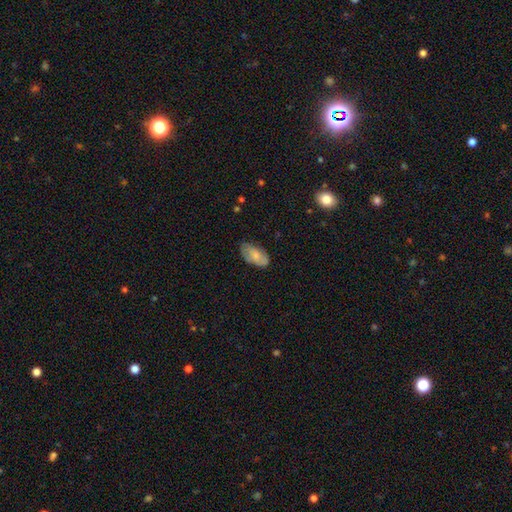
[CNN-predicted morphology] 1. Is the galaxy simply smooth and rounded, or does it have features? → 74% smooth, 20% featured or disk, 6% star or artifact.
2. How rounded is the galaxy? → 94% in between, 3% cigar-shaped, 3% round.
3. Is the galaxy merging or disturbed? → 72% none, 23% minor disturbance, 4% major disturbance, 1% merger.